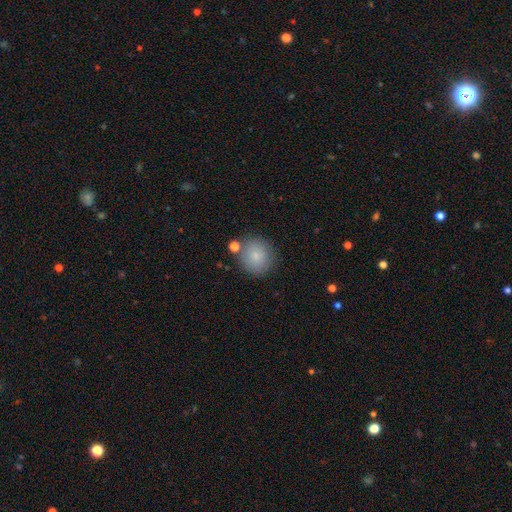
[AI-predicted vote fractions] Overall: smooth (84%). How rounded: round (91%). Merging: none (79%).